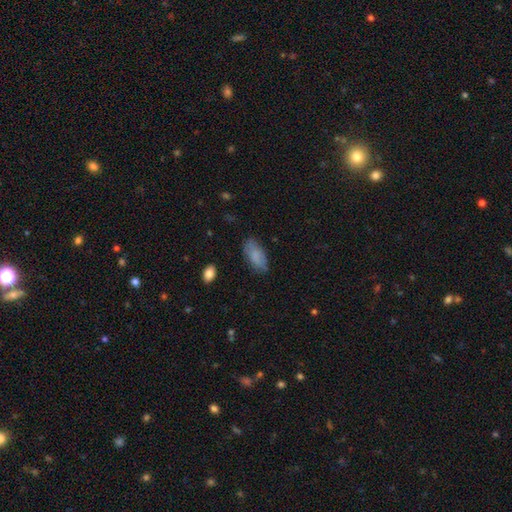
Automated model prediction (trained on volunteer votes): smooth-or-featured: smooth: 81% | featured or disk: 13% | star or artifact: 7%
  how-rounded: in between: 90% | cigar-shaped: 7% | round: 2%
  merging: none: 76% | minor disturbance: 18% | major disturbance: 4% | merger: 1%